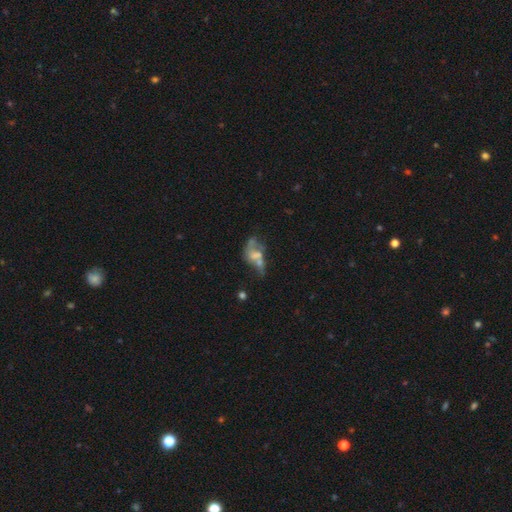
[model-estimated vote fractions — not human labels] This appears to be a featured or disk galaxy (51%). Merging: merger (40%).